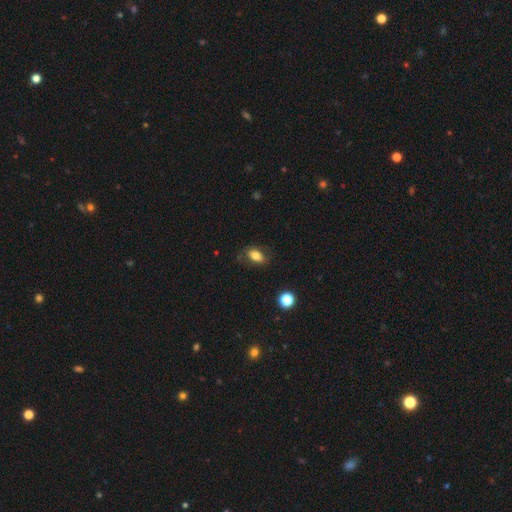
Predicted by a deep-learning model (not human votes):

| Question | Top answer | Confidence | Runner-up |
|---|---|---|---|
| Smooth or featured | smooth | 75% | featured or disk (16%) |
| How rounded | in between | 85% | round (12%) |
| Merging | none | 72% | minor disturbance (19%) |